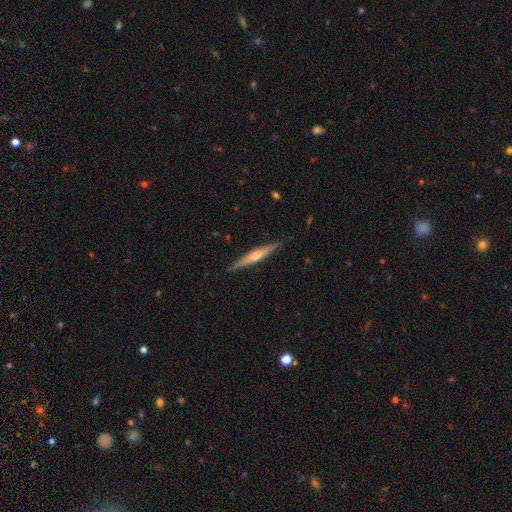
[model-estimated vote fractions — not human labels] This appears to be a featured or disk galaxy (60%) viewed edge-on (97%) with a rounded central bulge (67%). Merging: none (89%).